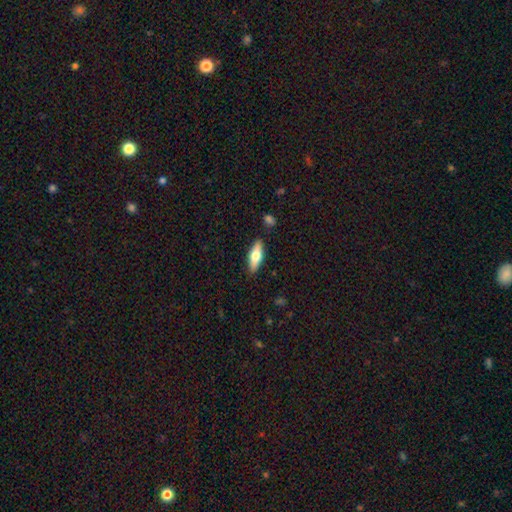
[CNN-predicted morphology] smooth-or-featured: smooth: 58% | featured or disk: 36% | star or artifact: 6%
  how-rounded: in between: 58% | cigar-shaped: 39% | round: 3%
  merging: none: 87% | minor disturbance: 9% | merger: 2% | major disturbance: 2%